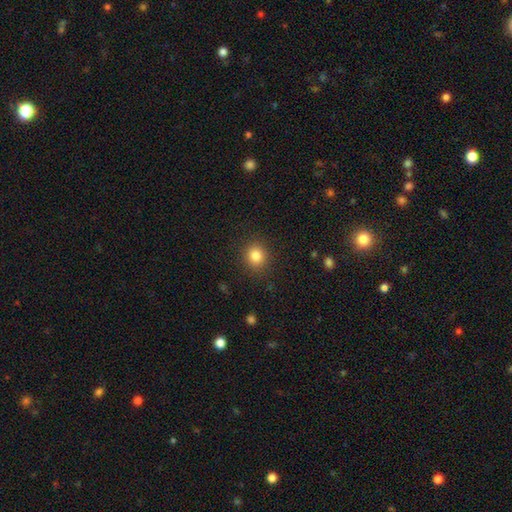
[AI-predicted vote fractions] Q: Smooth or featured?
A: smooth (83%); runner-up: star or artifact (11%)
Q: How rounded?
A: round (82%); runner-up: in between (17%)
Q: Merging?
A: none (89%); runner-up: minor disturbance (7%)